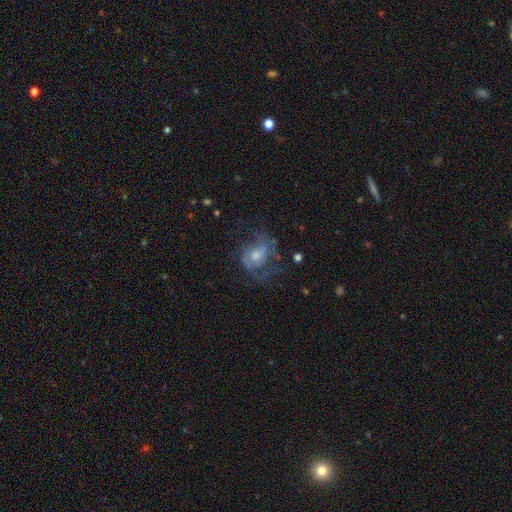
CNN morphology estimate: Smooth or featured? Predicted: featured or disk (p=0.65). Edge-on disk? Predicted: no (p=0.97). Bar? Predicted: no (p=0.66). Spiral arms? Predicted: yes (p=0.74). Bulge size? Predicted: moderate (p=0.53). Merging? Predicted: none (p=0.48).